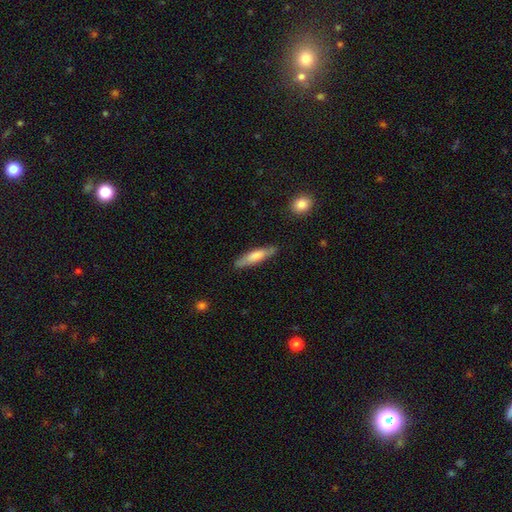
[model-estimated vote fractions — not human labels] Q: Smooth or featured?
A: smooth (65%); runner-up: featured or disk (30%)
Q: How rounded?
A: cigar-shaped (82%); runner-up: in between (16%)
Q: Merging?
A: none (84%); runner-up: minor disturbance (12%)